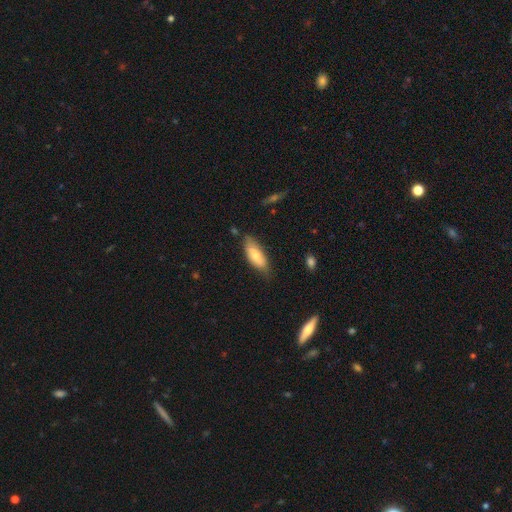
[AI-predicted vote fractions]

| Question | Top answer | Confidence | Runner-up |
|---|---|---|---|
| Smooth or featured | smooth | 76% | featured or disk (18%) |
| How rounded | in between | 75% | cigar-shaped (23%) |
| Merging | none | 68% | minor disturbance (25%) |